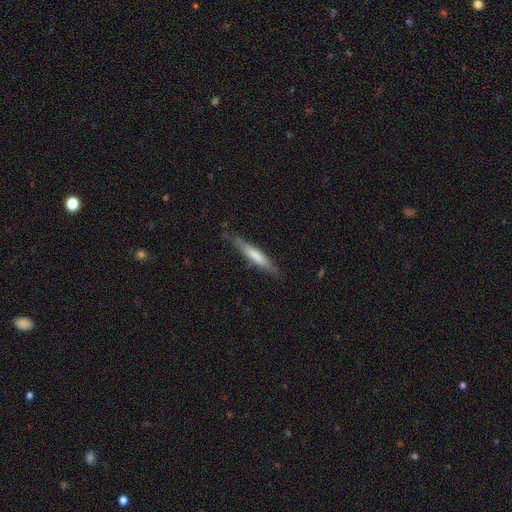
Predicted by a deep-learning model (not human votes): Smooth or featured? Predicted: smooth (p=0.63). How rounded? Predicted: cigar-shaped (p=0.89). Merging? Predicted: none (p=0.78).